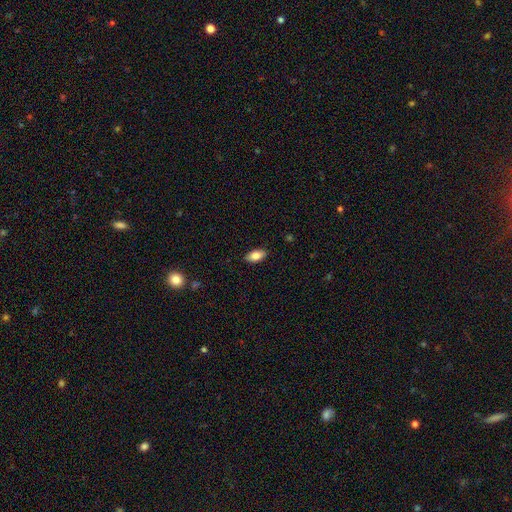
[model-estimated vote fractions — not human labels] Morphology: type=smooth (83%); roundness=in between (92%); merging=none (88%).